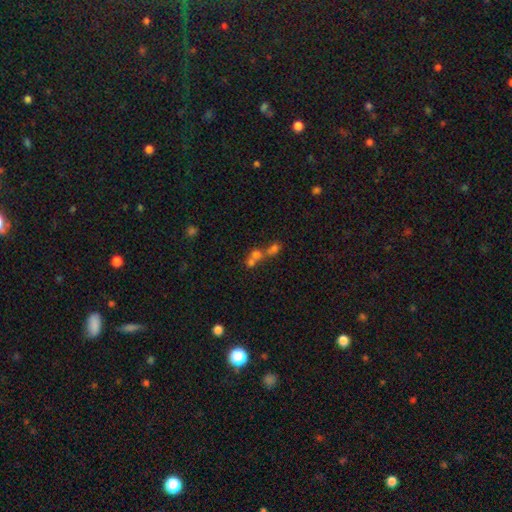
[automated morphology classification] Overall: smooth (52%; star or artifact 25%). How rounded: round (73%). Merging: merger (60%; none 30%).